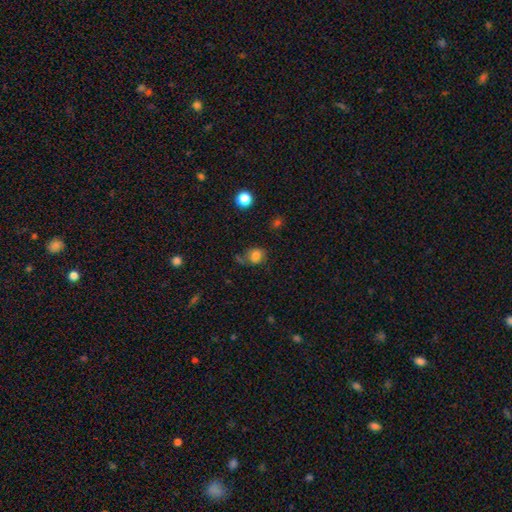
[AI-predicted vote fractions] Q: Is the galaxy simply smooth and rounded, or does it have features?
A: smooth — 79%.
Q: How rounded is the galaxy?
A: round — 63%.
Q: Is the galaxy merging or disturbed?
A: none — 59%.